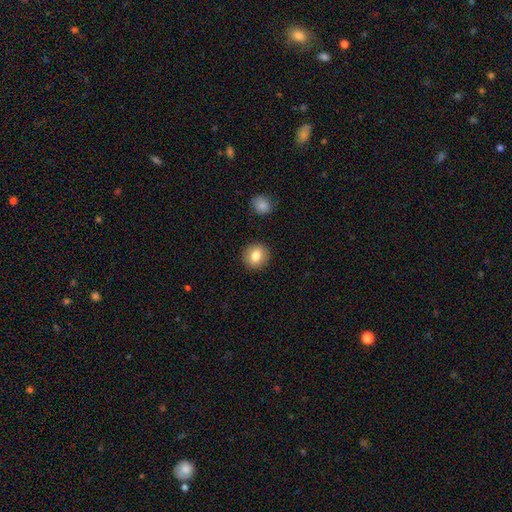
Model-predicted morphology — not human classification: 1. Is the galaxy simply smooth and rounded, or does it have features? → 81% smooth, 10% featured or disk, 9% star or artifact.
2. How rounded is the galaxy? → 82% round, 18% in between, 1% cigar-shaped.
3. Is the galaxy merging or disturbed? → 90% none, 7% minor disturbance, 2% major disturbance, 2% merger.